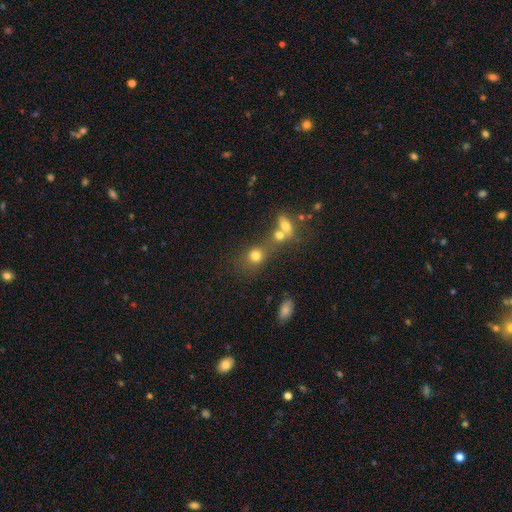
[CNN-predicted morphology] smooth_or_featured: smooth (p=0.74) [alt: star or artifact p=0.15]
how_rounded: round (p=0.69) [alt: in between p=0.29]
merging: none (p=0.45) [alt: merger p=0.37]